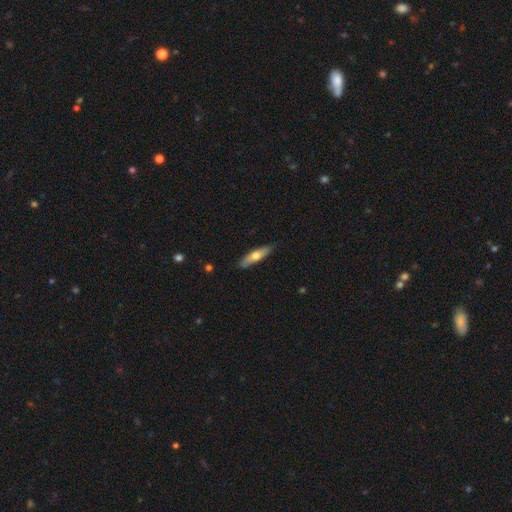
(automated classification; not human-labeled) smooth 59%, featured or disk 35%, star or artifact 6%. Down the decision tree: how rounded — cigar-shaped (69%); merging — none (86%).